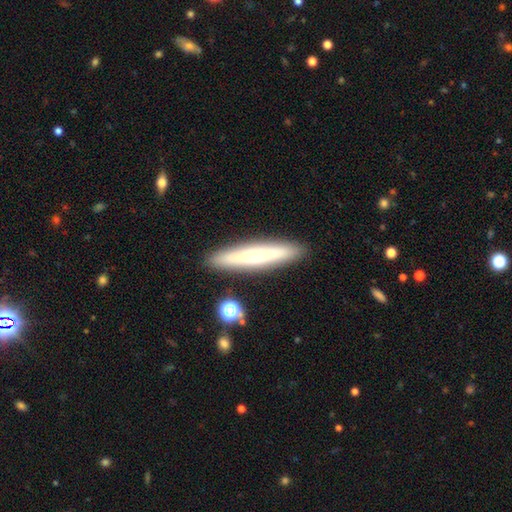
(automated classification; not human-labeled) A smooth galaxy with no disk features (51%) that is cigar-shaped (87%).

Vote fractions:
- Smooth or featured? smooth: 51% / featured or disk: 42% / star or artifact: 7%
- How rounded? cigar-shaped: 87% / in between: 11% / round: 1%
- Merging? none: 89% / minor disturbance: 7% / merger: 2% / major disturbance: 2%